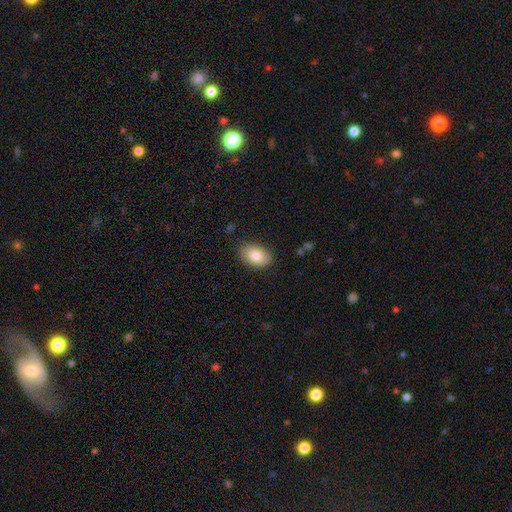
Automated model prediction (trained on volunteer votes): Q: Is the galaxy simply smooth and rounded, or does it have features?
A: smooth — 85%.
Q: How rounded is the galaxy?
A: in between — 88%.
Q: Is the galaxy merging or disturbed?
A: none — 85%.